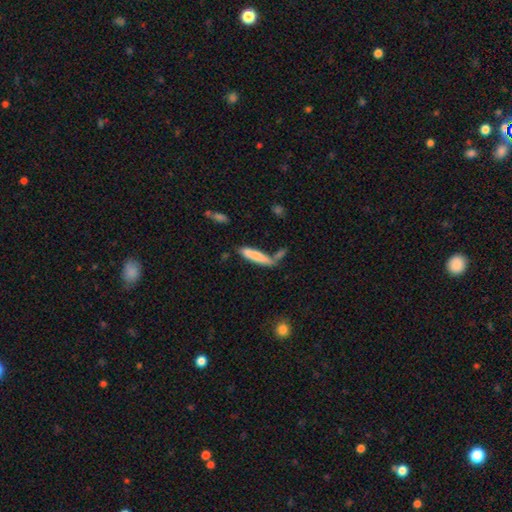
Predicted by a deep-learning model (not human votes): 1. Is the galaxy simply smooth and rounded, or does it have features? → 78% smooth, 16% featured or disk, 6% star or artifact.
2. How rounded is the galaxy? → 79% cigar-shaped, 19% in between, 1% round.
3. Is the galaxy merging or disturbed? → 55% none, 20% merger, 18% minor disturbance, 6% major disturbance.